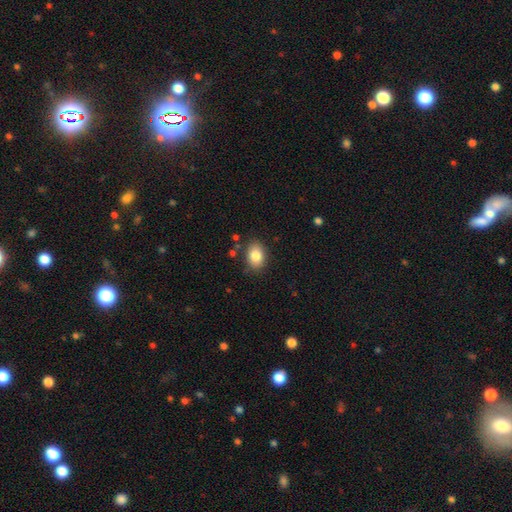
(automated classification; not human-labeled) Morphology: type=smooth (84%); roundness=in between (75%); merging=none (84%).